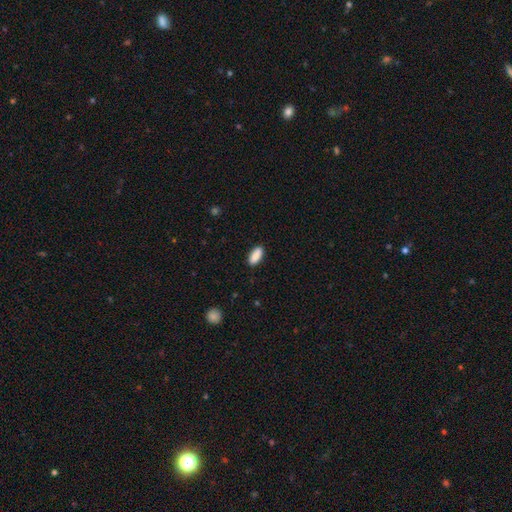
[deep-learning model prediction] The model was most divided on "how rounded": in between: 80%, cigar-shaped: 18%, round: 2%. More confident: smooth or featured — smooth (89%); merging — none (88%).